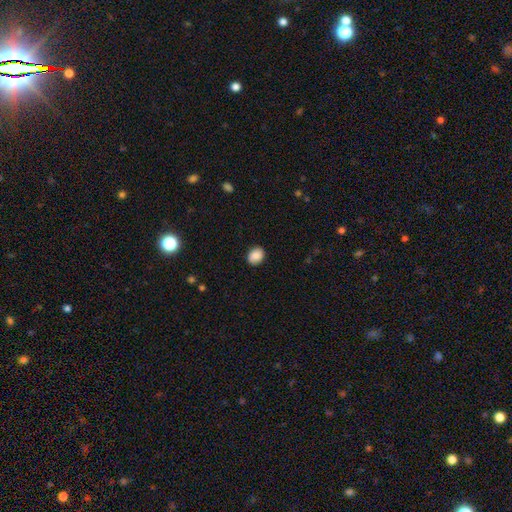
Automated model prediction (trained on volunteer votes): This appears to be a smooth galaxy with no disk features (85%) that is in between round and cigar-shaped (54%). Merging: none (87%).